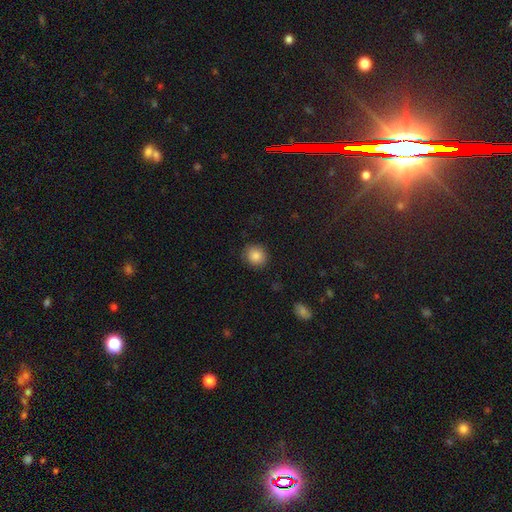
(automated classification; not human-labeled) smooth-or-featured: smooth: 86% | star or artifact: 9% | featured or disk: 5%
  how-rounded: round: 87% | in between: 13% | cigar-shaped: 1%
  merging: none: 86% | minor disturbance: 11% | major disturbance: 3% | merger: 1%